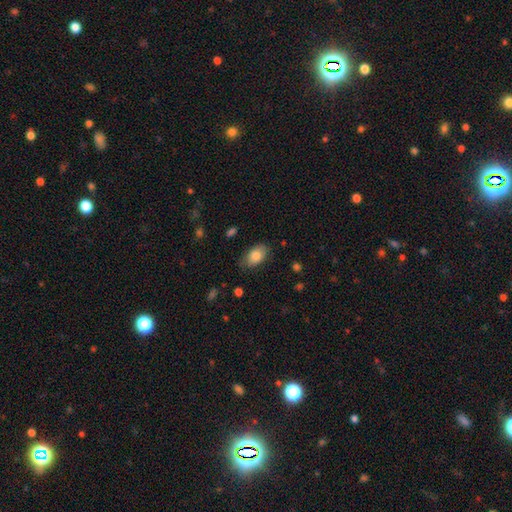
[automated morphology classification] This appears to be a smooth galaxy with no disk features (83%) that is in between round and cigar-shaped (90%). Merging: none (79%).